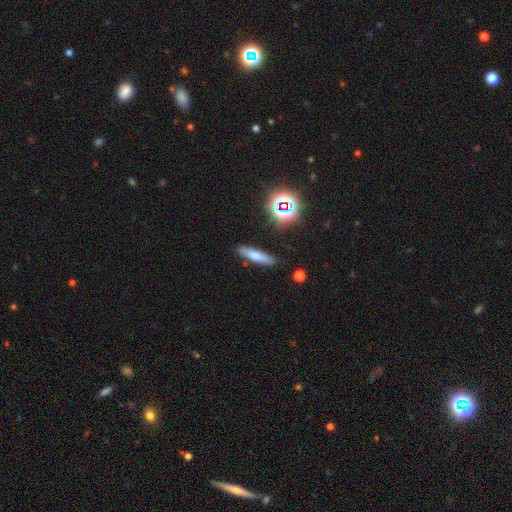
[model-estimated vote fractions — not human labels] smooth 68%, featured or disk 19%, star or artifact 13%. Down the decision tree: how rounded — cigar-shaped (79%); merging — none (87%).